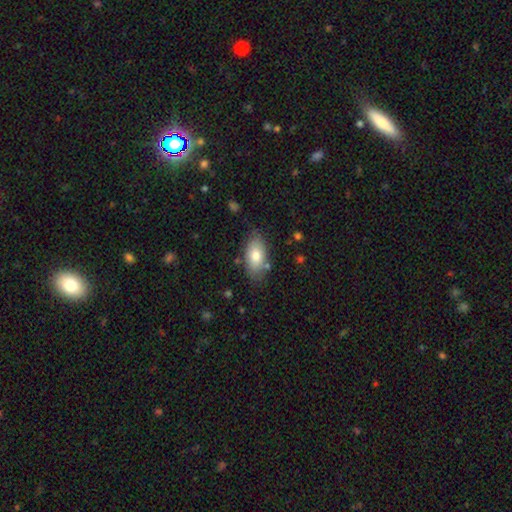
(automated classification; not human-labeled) A smooth galaxy with no disk features (76%) that is in between round and cigar-shaped (92%). Merging: none (77%).